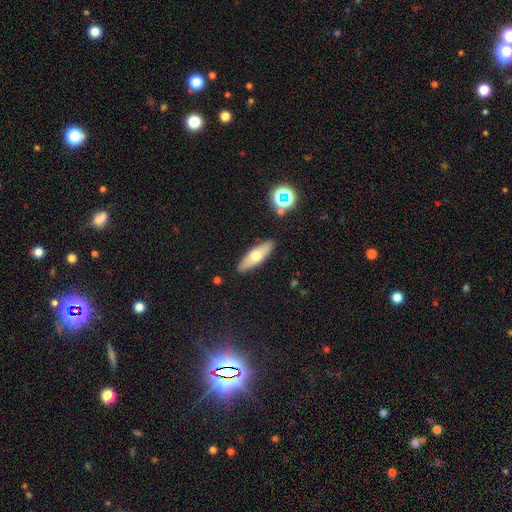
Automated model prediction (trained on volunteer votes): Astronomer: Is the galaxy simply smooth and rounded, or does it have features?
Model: smooth — 59% (runner-up: featured or disk, 34%).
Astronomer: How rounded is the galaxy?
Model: in between — 52% (runner-up: cigar-shaped, 45%).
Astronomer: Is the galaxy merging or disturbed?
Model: none — 89%.